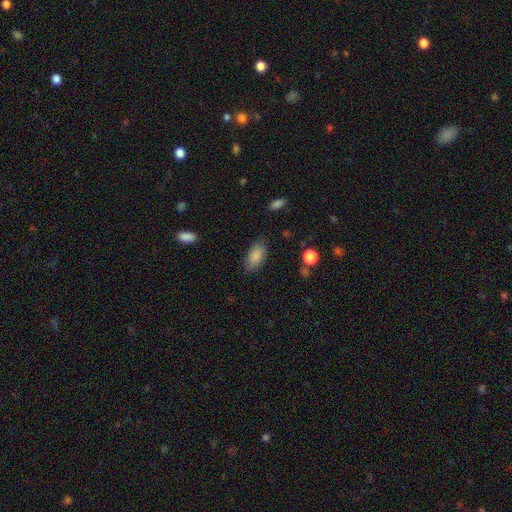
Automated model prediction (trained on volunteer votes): Smooth or featured?
  - smooth: 86% *
  - star or artifact: 7%
  - featured or disk: 7%
How rounded?
  - in between: 92% *
  - cigar-shaped: 4%
  - round: 4%
Merging?
  - none: 83% *
  - minor disturbance: 13%
  - major disturbance: 3%
  - merger: 1%